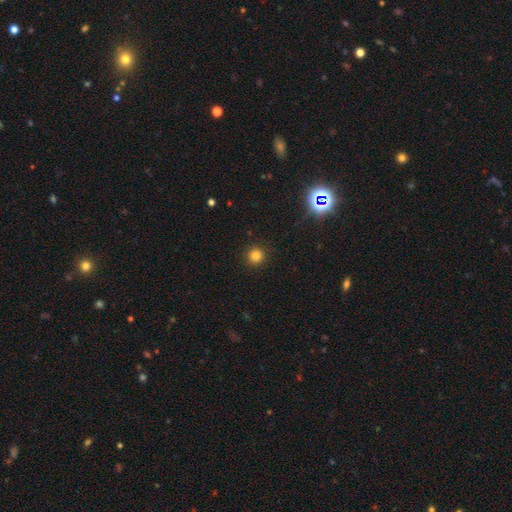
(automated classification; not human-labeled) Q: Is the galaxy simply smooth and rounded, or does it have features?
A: smooth — 81%.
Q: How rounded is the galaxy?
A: round — 94%.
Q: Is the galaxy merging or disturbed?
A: none — 92%.